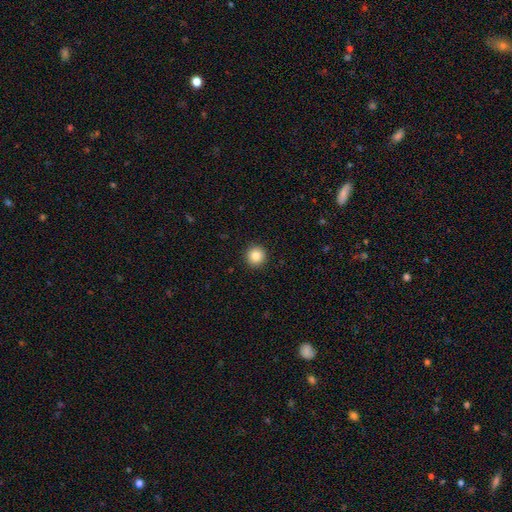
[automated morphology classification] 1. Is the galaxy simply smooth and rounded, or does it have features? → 85% smooth, 10% star or artifact, 5% featured or disk.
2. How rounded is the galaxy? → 95% round, 4% in between, 1% cigar-shaped.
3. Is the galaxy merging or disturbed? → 93% none, 5% minor disturbance, 2% major disturbance, 1% merger.